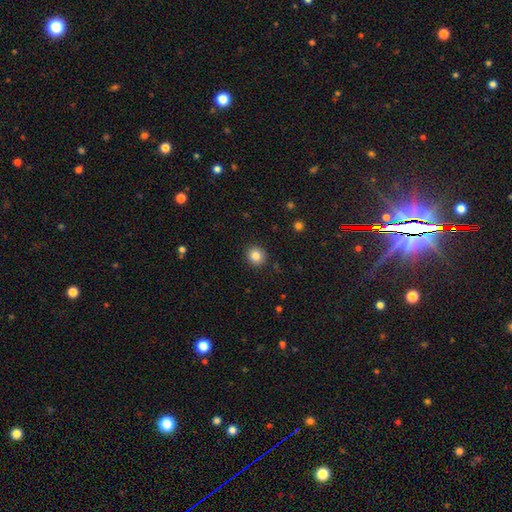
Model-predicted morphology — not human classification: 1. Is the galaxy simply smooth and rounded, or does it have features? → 84% smooth, 11% star or artifact, 6% featured or disk.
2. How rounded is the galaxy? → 87% round, 13% in between, 1% cigar-shaped.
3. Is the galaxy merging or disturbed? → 91% none, 6% minor disturbance, 2% major disturbance, 1% merger.